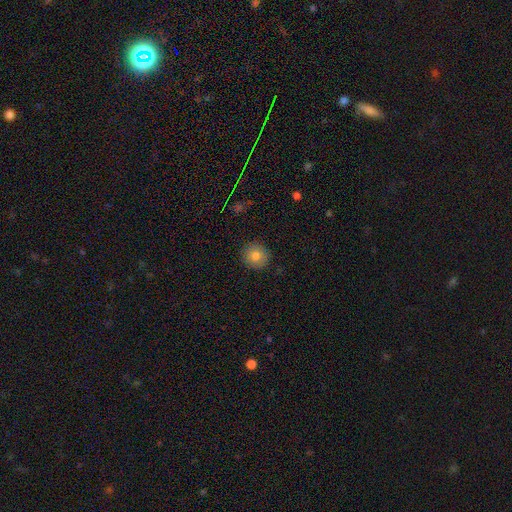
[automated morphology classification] Overall: smooth (78%). How rounded: round (94%). Merging: none (90%).